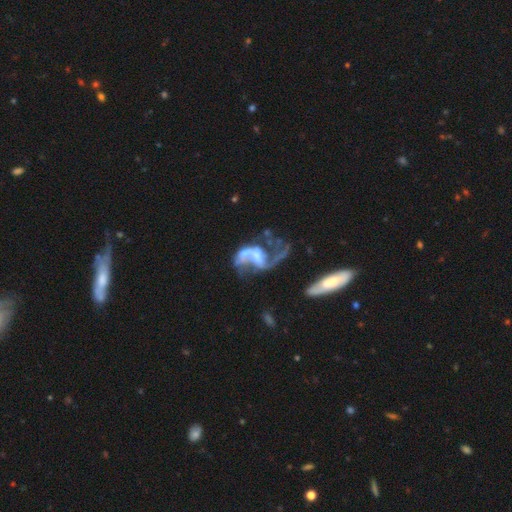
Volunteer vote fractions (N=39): Volunteers were most divided on "bar" (2-way tie): weak: 46%, no: 46%, strong: 9%. More confident: edge-on disk — no (100%); smooth or featured — featured or disk (90%); spiral winding — loose (80%); spiral arm count — 2 (76%); spiral arms — yes (71%); bulge size — none (51%); merging — major disturbance (50%).